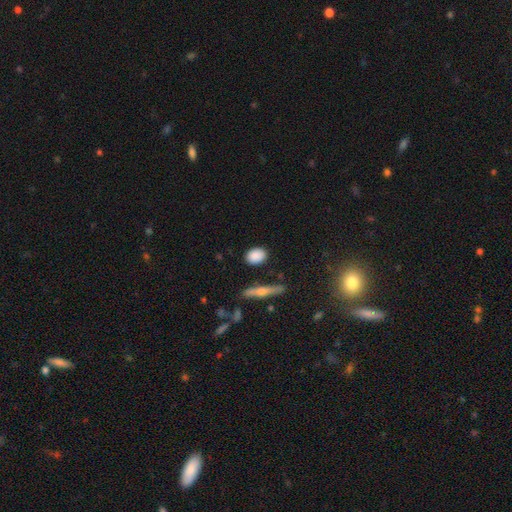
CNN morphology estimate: Overall: smooth (86%). How rounded: in between (62%; round 34%). Merging: none (85%).